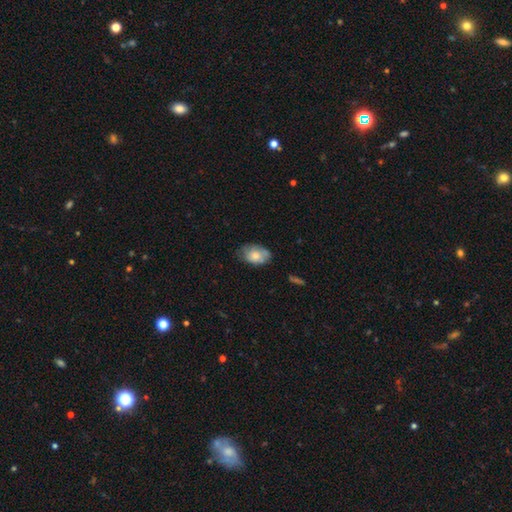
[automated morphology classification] This is likely a smooth galaxy (71%). How rounded: clearly in between (86%). Merging: possibly none (60%).